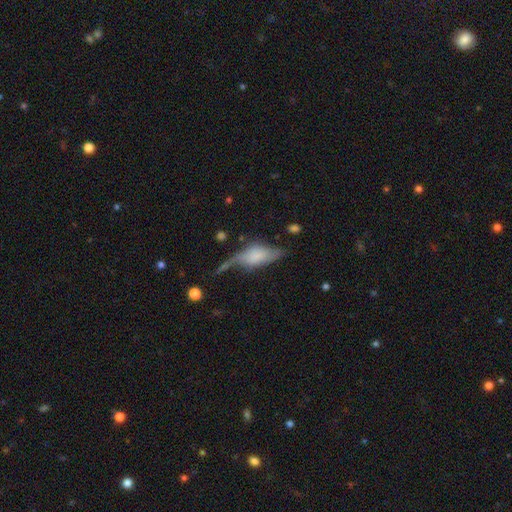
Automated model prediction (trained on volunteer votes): This is possibly a smooth galaxy (51%). How rounded: likely in between (78%). Merging: marginally none (34%).